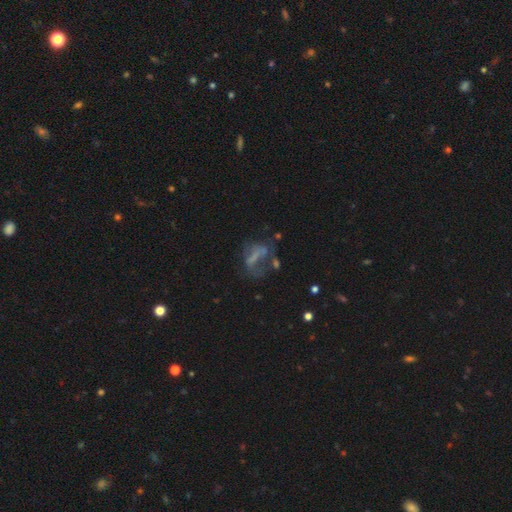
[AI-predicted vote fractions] Q: Smooth or featured?
A: featured or disk (45%); runner-up: smooth (33%)
Q: Merging?
A: major disturbance (39%); runner-up: none (33%)